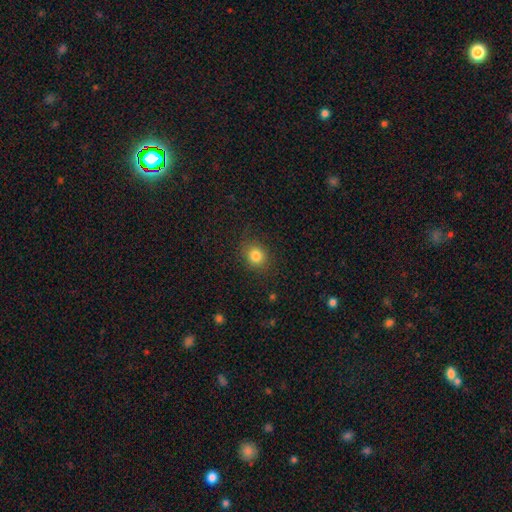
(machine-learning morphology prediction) Smooth or featured? smooth (83%)
How rounded? round (76%)
Merging? none (86%)